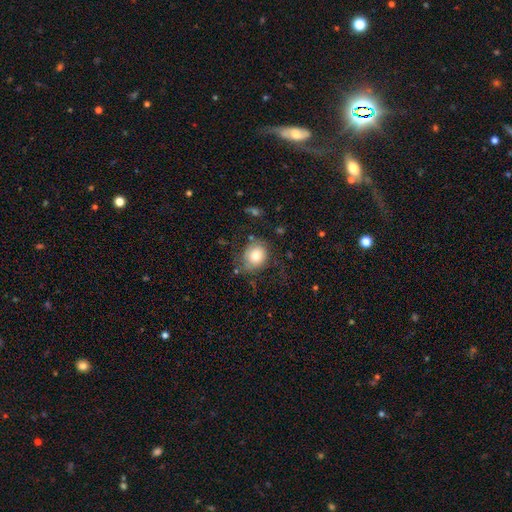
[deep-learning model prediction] smooth 76%, featured or disk 16%, star or artifact 9%. Down the decision tree: how rounded — round (65%); merging — none (62%).